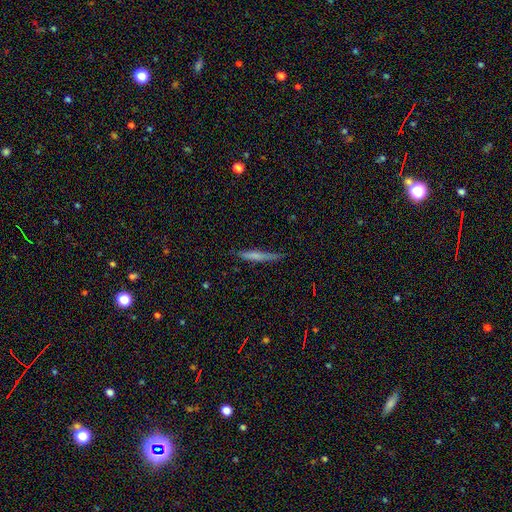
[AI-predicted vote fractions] smooth-or-featured: smooth: 59% | featured or disk: 34% | star or artifact: 7%
  how-rounded: cigar-shaped: 93% | in between: 5% | round: 2%
  merging: none: 78% | minor disturbance: 17% | major disturbance: 4% | merger: 2%